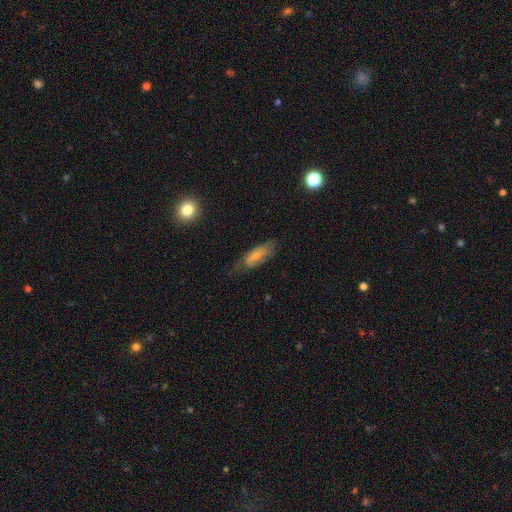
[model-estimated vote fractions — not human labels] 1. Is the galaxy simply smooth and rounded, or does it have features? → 52% smooth, 41% featured or disk, 7% star or artifact.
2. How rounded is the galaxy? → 79% in between, 18% cigar-shaped, 3% round.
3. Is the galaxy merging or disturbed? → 57% none, 30% minor disturbance, 12% major disturbance, 2% merger.